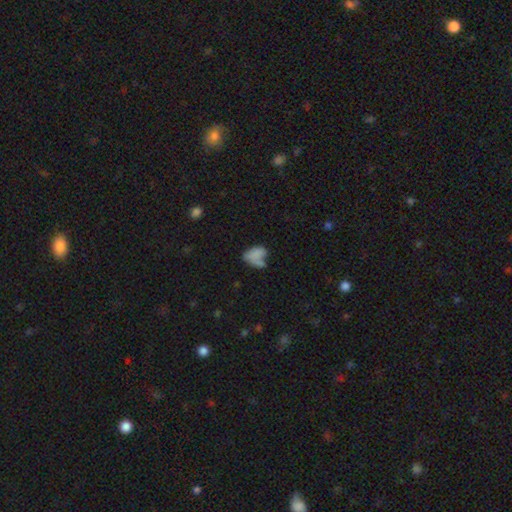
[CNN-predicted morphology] Q: Smooth or featured?
A: smooth (70%); runner-up: featured or disk (18%)
Q: How rounded?
A: in between (81%); runner-up: round (17%)
Q: Merging?
A: none (32%); runner-up: minor disturbance (24%)